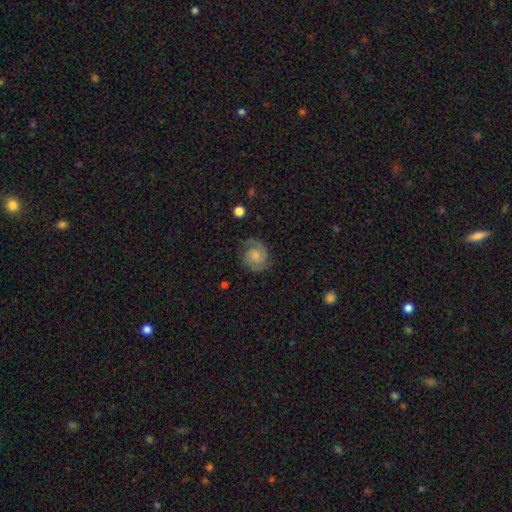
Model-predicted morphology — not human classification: A featured or disk galaxy (68%) with no bar (68%), 2 (79%) tight (48%) spiral arms (94%) and a small central bulge (40%). Merging: none (74%).